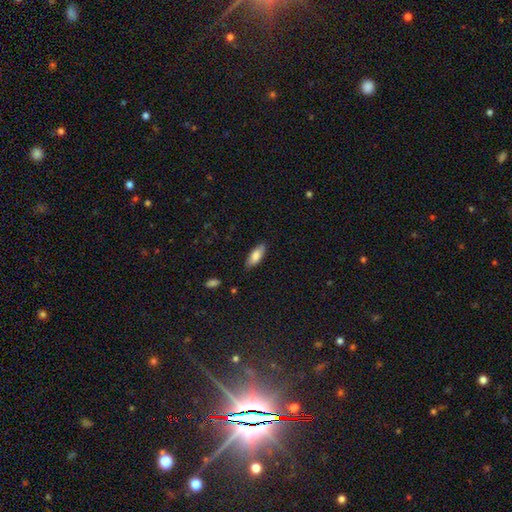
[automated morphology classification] A smooth galaxy with no disk features (80%) that is in between round and cigar-shaped (74%).

Vote fractions:
- Smooth or featured? smooth: 80% / featured or disk: 14% / star or artifact: 6%
- How rounded? in between: 74% / cigar-shaped: 24% / round: 2%
- Merging? none: 82% / minor disturbance: 14% / major disturbance: 2% / merger: 1%